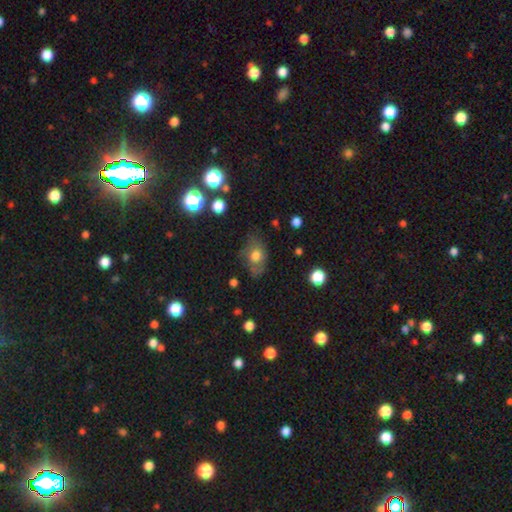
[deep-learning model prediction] This appears to be a smooth galaxy with no disk features (60%) that is in between round and cigar-shaped (68%). Merging: none (60%).